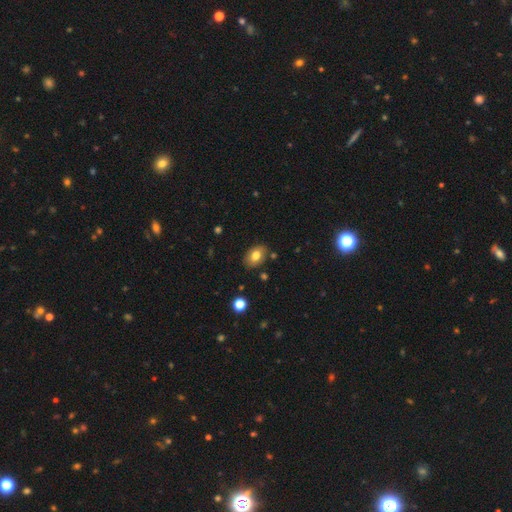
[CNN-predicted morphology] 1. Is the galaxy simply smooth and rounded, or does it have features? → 78% smooth, 13% featured or disk, 9% star or artifact.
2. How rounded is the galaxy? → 80% in between, 19% round, 1% cigar-shaped.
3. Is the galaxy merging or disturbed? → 83% none, 12% minor disturbance, 3% merger, 2% major disturbance.